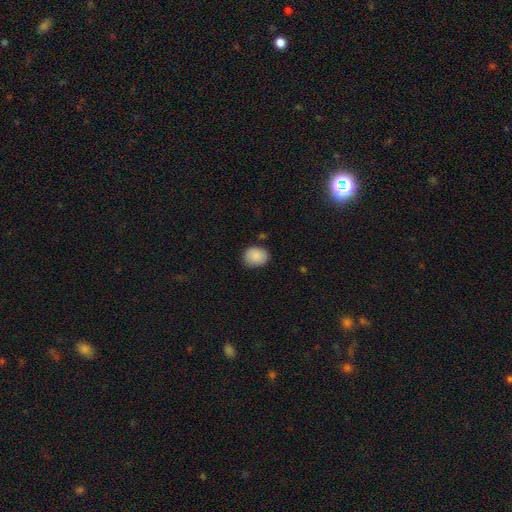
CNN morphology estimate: smooth-or-featured: smooth: 88% | star or artifact: 7% | featured or disk: 4%
  how-rounded: round: 54% | in between: 45% | cigar-shaped: 1%
  merging: none: 79% | minor disturbance: 16% | major disturbance: 3% | merger: 2%